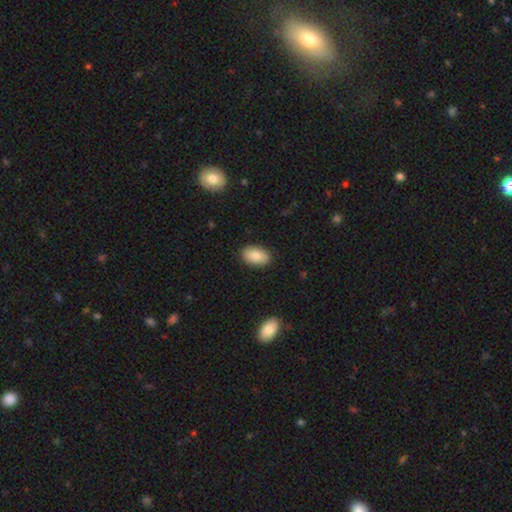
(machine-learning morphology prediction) This appears to be a smooth galaxy with no disk features (83%) that is in between round and cigar-shaped (92%). Merging: none (88%).